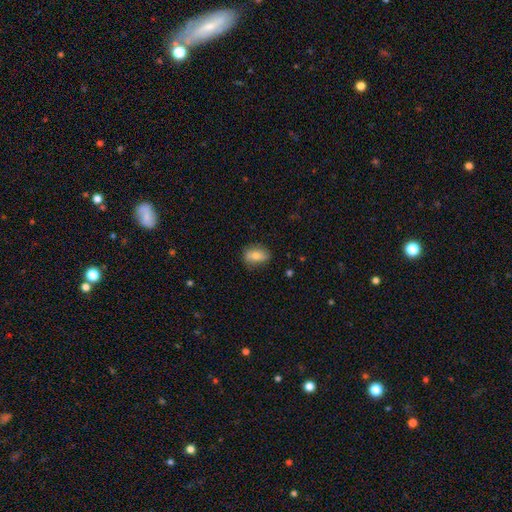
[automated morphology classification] The model was most divided on "smooth or featured": smooth: 75%, featured or disk: 17%, star or artifact: 8%. More confident: how rounded — in between (82%); merging — none (78%).